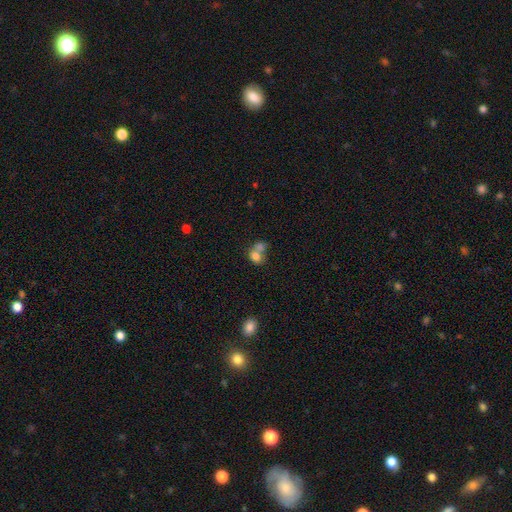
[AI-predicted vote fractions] smooth 73%, featured or disk 15%, star or artifact 12%. Down the decision tree: how rounded — round (54%); merging — merger (60%).